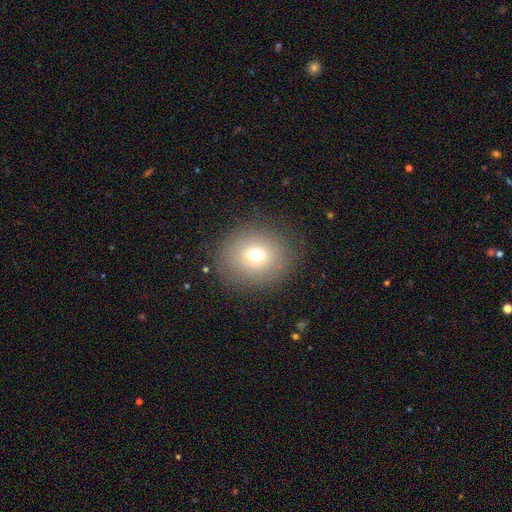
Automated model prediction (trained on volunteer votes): Smooth or featured? smooth (71%)
How rounded? round (78%)
Merging? none (85%)